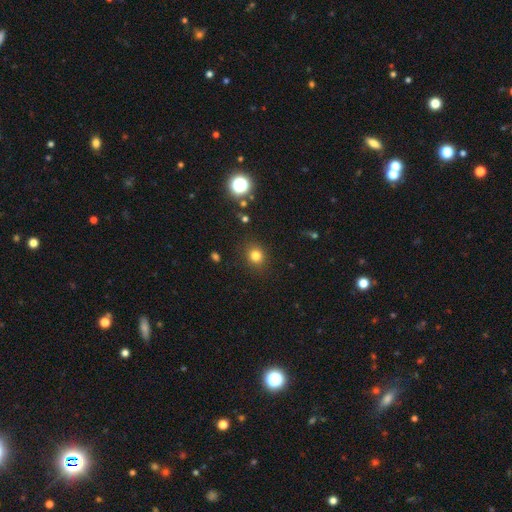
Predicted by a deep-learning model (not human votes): Smooth or featured? Predicted: smooth (p=0.79). How rounded? Predicted: round (p=0.78). Merging? Predicted: none (p=0.87).